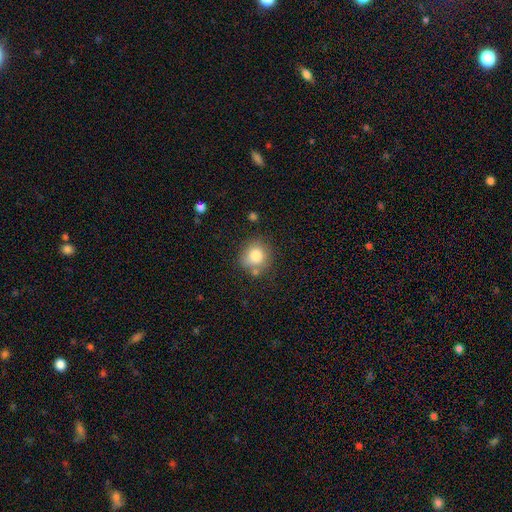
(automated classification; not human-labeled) A smooth galaxy with no disk features (81%) that is round (83%). Merging: none (69%).